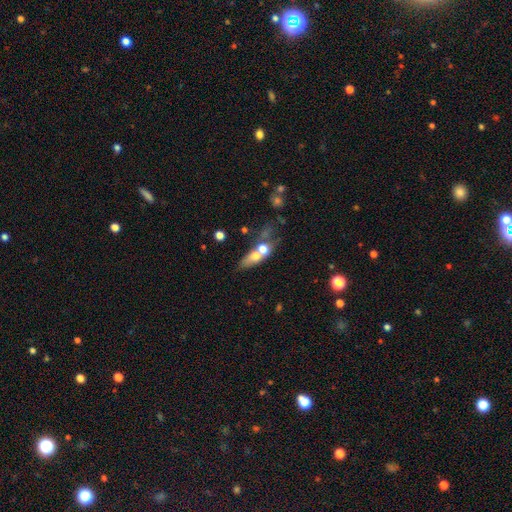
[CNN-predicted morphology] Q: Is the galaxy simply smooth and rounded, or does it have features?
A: smooth — 57%.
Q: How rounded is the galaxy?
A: in between — 52%.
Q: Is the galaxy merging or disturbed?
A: merger — 56%.